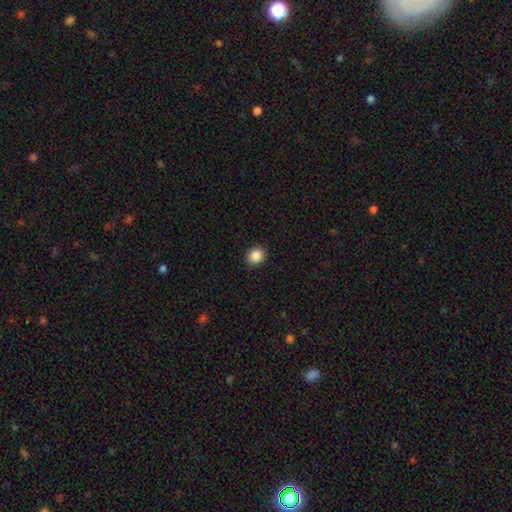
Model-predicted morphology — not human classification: Smooth or featured?
  - smooth: 88% *
  - star or artifact: 9%
  - featured or disk: 3%
How rounded?
  - round: 73% *
  - in between: 26%
  - cigar-shaped: 1%
Merging?
  - none: 91% *
  - minor disturbance: 7%
  - major disturbance: 2%
  - merger: 1%